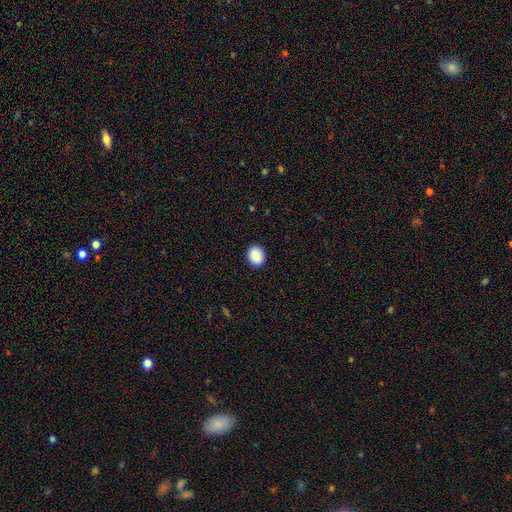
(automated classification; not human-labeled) The model was most divided on "how rounded": round: 58%, in between: 41%, cigar-shaped: 1%. More confident: merging — none (91%); smooth or featured — smooth (90%).